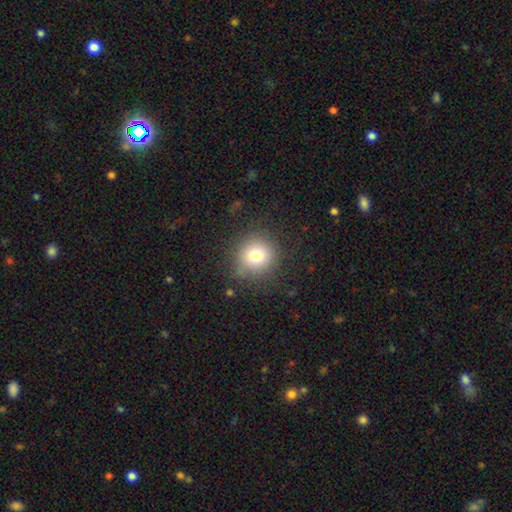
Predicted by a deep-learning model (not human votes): A smooth galaxy with no disk features (76%) that is round (92%). Merging: none (82%).